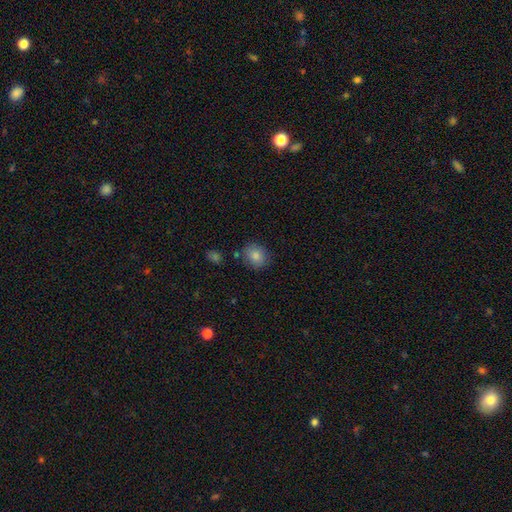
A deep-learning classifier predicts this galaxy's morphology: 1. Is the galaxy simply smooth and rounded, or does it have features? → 83% smooth, 9% star or artifact, 7% featured or disk.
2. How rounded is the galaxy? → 63% round, 36% in between, 1% cigar-shaped.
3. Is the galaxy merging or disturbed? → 81% none, 12% minor disturbance, 4% merger, 3% major disturbance.